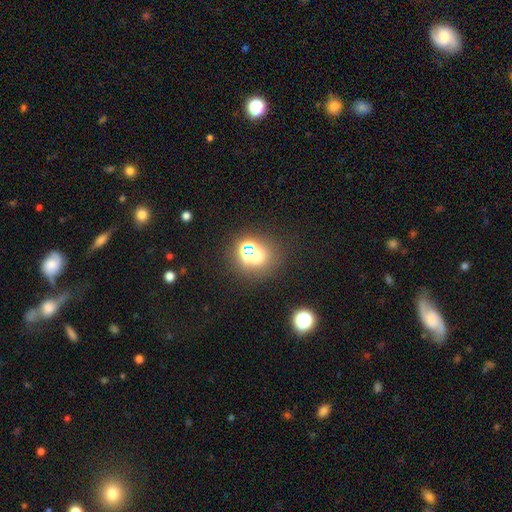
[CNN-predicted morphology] Q: Smooth or featured?
A: star or artifact (49%); runner-up: smooth (41%)